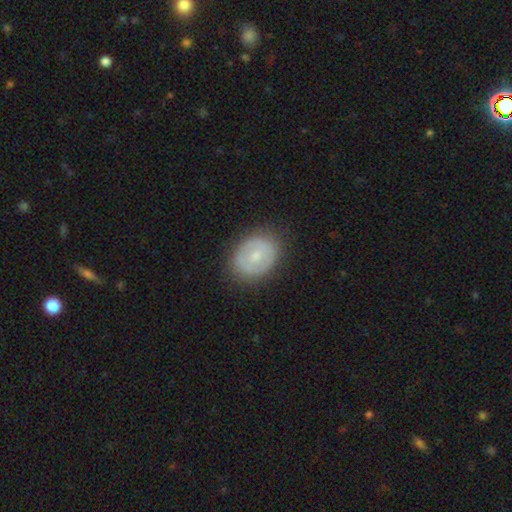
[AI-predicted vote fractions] This is possibly a smooth galaxy (50%). How rounded: possibly round (52%). Merging: clearly none (83%).